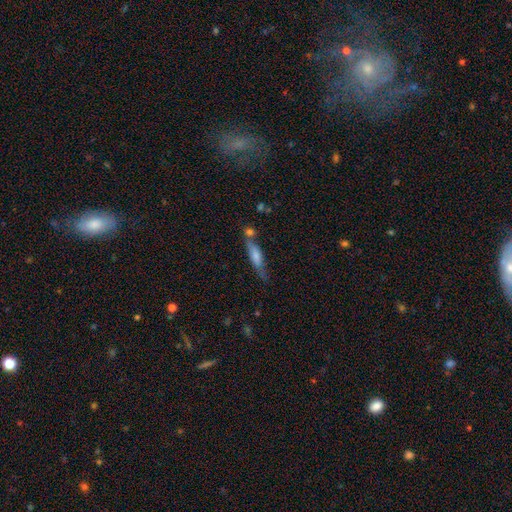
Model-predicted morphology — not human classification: A smooth galaxy with no disk features (60%) that is cigar-shaped (74%). Merging: none (56%).